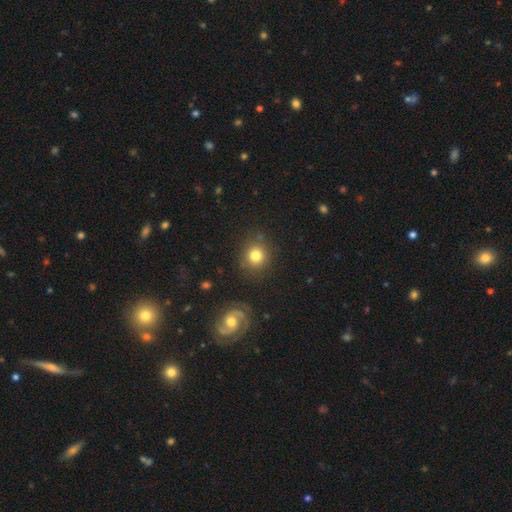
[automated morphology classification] smooth 79%, star or artifact 11%, featured or disk 10%. Down the decision tree: how rounded — round (86%); merging — none (82%).